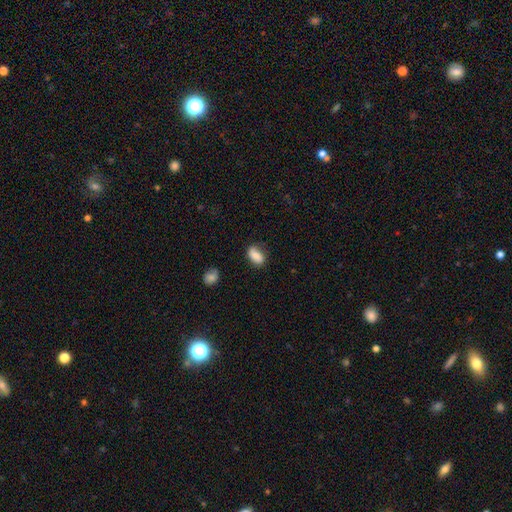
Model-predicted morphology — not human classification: smooth 81%, featured or disk 11%, star or artifact 8%. Down the decision tree: how rounded — in between (88%); merging — none (61%).